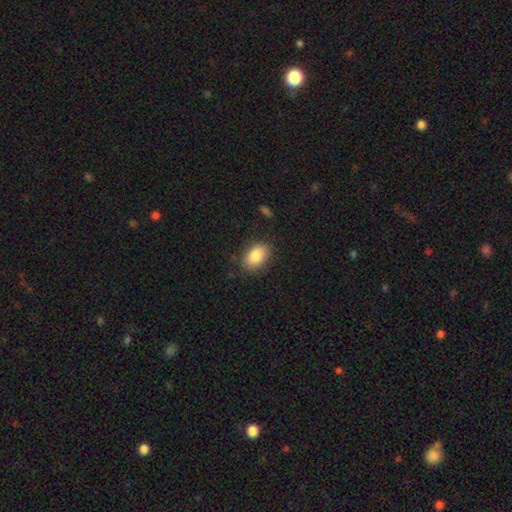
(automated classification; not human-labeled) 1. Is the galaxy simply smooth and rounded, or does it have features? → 87% smooth, 7% star or artifact, 6% featured or disk.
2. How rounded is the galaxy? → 86% in between, 13% round, 1% cigar-shaped.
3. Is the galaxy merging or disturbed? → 83% none, 13% minor disturbance, 3% major disturbance, 1% merger.